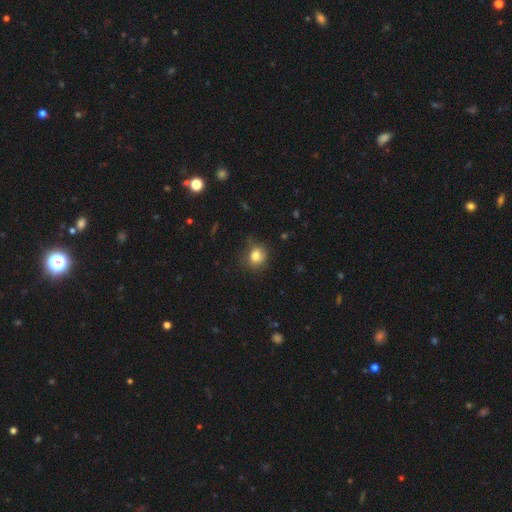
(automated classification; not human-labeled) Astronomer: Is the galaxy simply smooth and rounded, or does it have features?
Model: smooth — 81%.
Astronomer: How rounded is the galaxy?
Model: round — 73%.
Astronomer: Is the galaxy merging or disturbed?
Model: none — 71%.